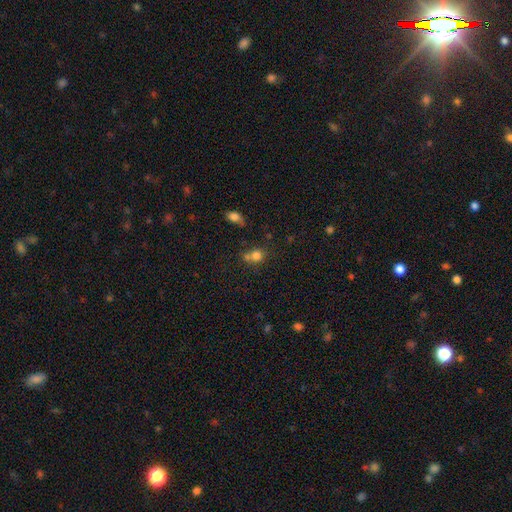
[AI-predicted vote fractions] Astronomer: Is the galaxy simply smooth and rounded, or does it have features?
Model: smooth — 77%.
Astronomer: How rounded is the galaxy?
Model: round — 73%.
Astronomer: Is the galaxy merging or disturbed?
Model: none — 45% (runner-up: merger, 37%).